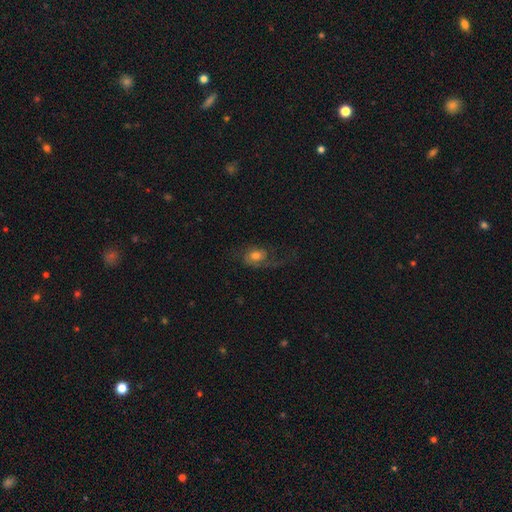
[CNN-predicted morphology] Overall: featured or disk (49%; smooth 41%). Merging: none (41%; major disturbance 38%).